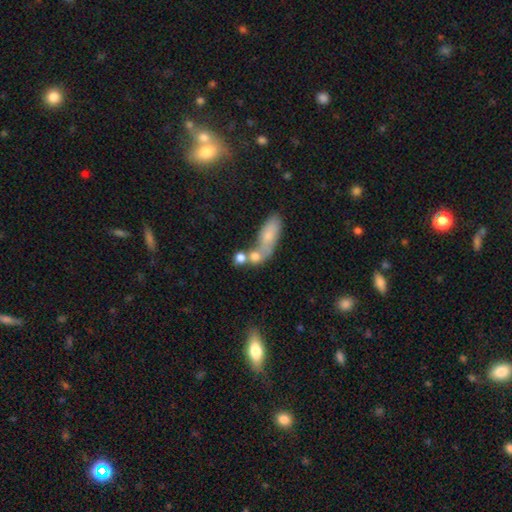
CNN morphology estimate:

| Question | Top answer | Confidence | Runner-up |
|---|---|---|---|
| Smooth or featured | smooth | 68% | featured or disk (19%) |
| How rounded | in between | 53% | round (24%) |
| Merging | merger | 44% | none (35%) |